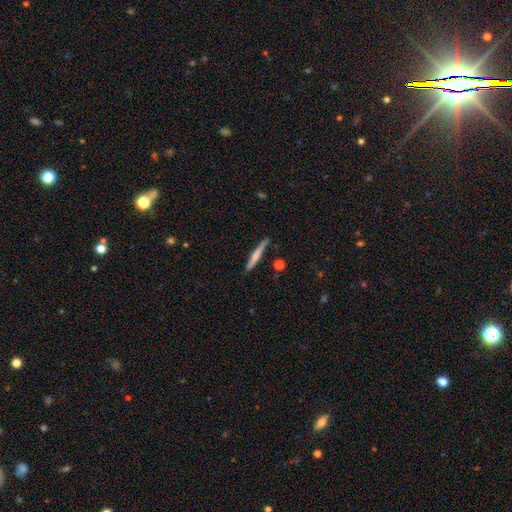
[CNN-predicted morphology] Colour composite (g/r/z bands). It shows a smooth galaxy with no disk features (53%) that is cigar-shaped (95%). Merging: none (83%).